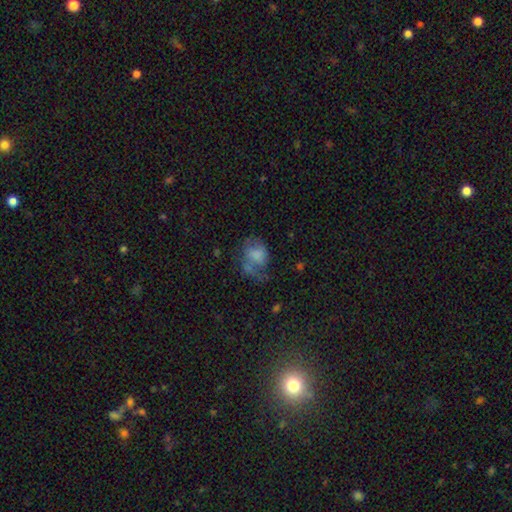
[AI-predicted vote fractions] This appears to be a smooth galaxy with no disk features (54%) that is in between round and cigar-shaped (61%). Merging: major disturbance (36%).